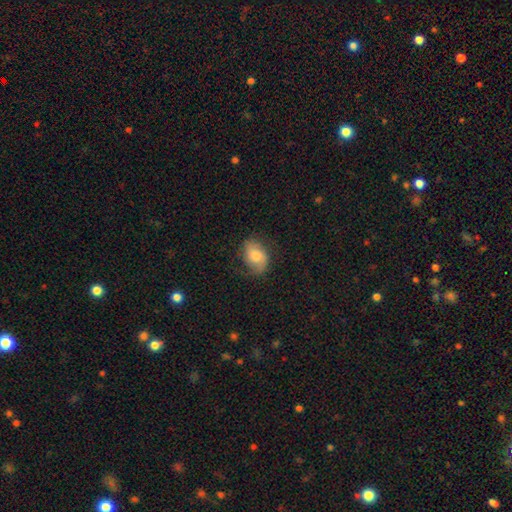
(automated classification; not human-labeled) smooth 60%, featured or disk 31%, star or artifact 8%. Down the decision tree: how rounded — in between (76%); merging — none (67%).